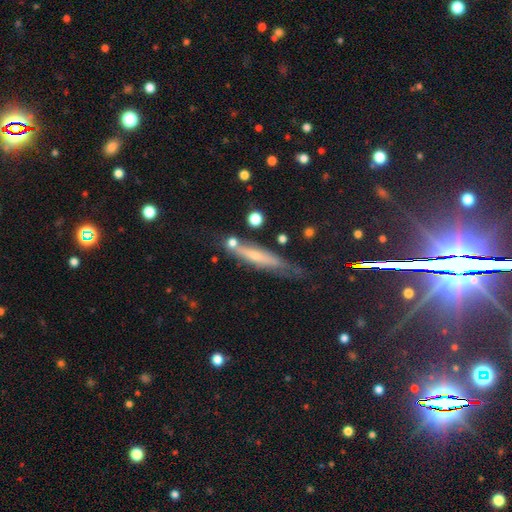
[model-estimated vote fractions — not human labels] smooth_or_featured: featured or disk (p=0.48) [alt: smooth p=0.41]
merging: none (p=0.62) [alt: minor disturbance p=0.23]